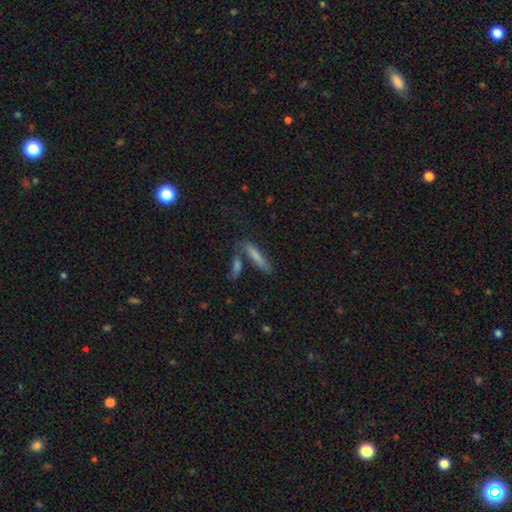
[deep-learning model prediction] This appears to be a smooth galaxy with no disk features (73%) that is cigar-shaped (81%). Merging: none (64%).